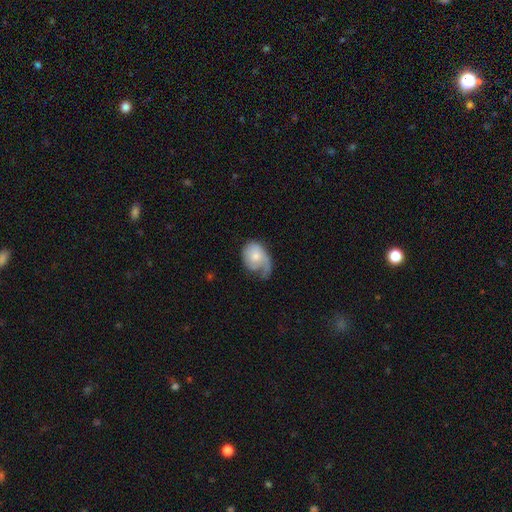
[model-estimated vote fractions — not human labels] Q: Smooth or featured?
A: smooth (47%); tied with: featured or disk (47%)
Q: Merging?
A: major disturbance (39%); runner-up: minor disturbance (30%)